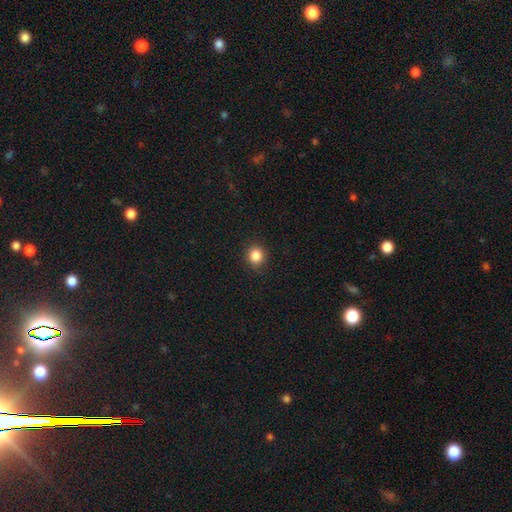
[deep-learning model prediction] This is clearly a smooth galaxy (85%). How rounded: clearly round (88%). Merging: clearly none (90%).